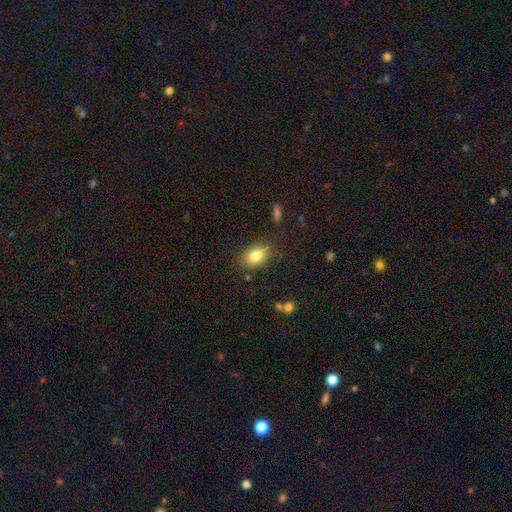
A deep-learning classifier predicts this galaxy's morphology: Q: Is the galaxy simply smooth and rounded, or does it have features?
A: smooth — 82%.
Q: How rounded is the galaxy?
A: in between — 82%.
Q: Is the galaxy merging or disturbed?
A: none — 83%.